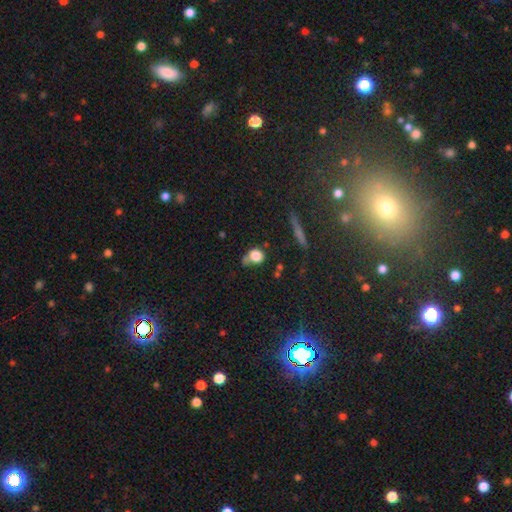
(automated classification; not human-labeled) Overall: smooth (78%). How rounded: round (73%). Merging: none (48%; minor disturbance 22%).